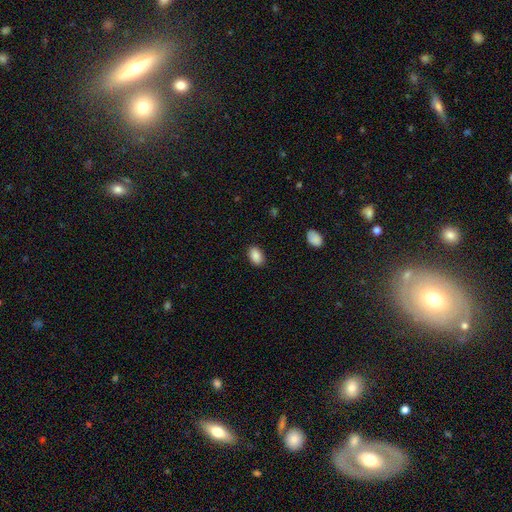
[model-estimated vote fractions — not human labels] Morphology: type=smooth (88%); roundness=in between (88%); merging=none (87%).